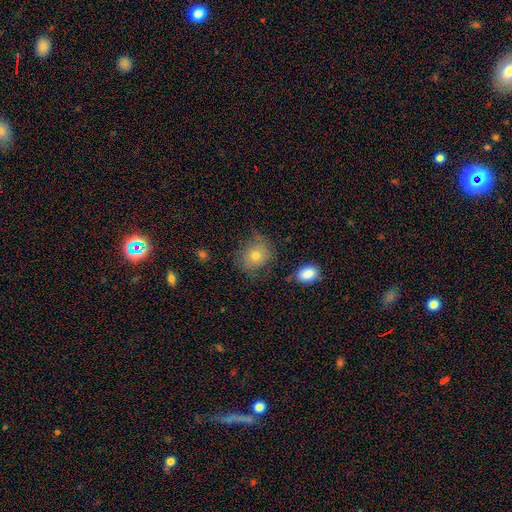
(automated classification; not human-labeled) Smooth or featured?
  - smooth: 68% *
  - featured or disk: 21%
  - star or artifact: 11%
How rounded?
  - round: 70% *
  - in between: 29%
  - cigar-shaped: 1%
Merging?
  - none: 63% *
  - minor disturbance: 24%
  - major disturbance: 11%
  - merger: 3%